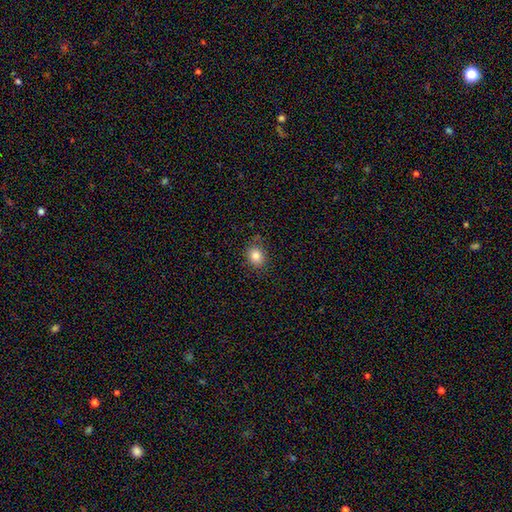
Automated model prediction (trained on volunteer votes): A smooth galaxy with no disk features (83%) that is round (56%). Merging: none (81%).